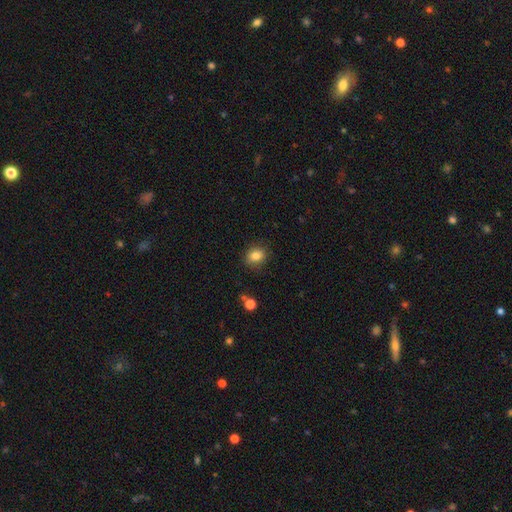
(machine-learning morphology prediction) A smooth galaxy with no disk features (84%) that is round (58%). Merging: none (84%).